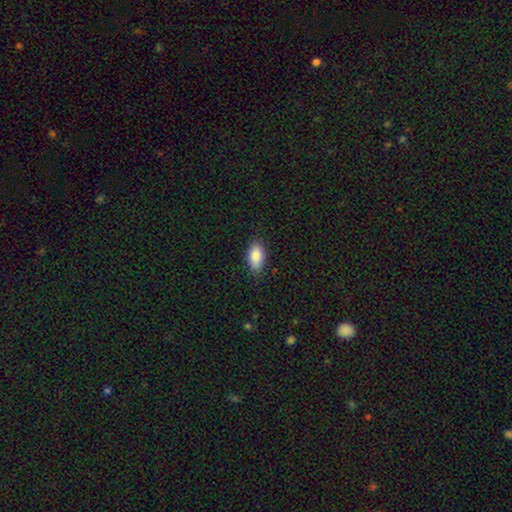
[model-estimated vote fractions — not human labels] This appears to be a smooth galaxy with no disk features (86%) that is in between round and cigar-shaped (92%). Merging: none (83%).